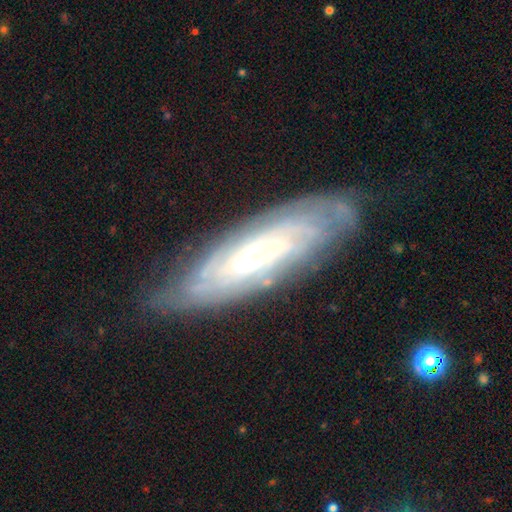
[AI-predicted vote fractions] This is likely a featured or disk galaxy (77%). It is likely not viewed edge-on (74%). Bar: marginally no (42%). Spiral arm pattern: clearly yes (87%). Central bulge: possibly small (46%). Merging: likely none (75%).